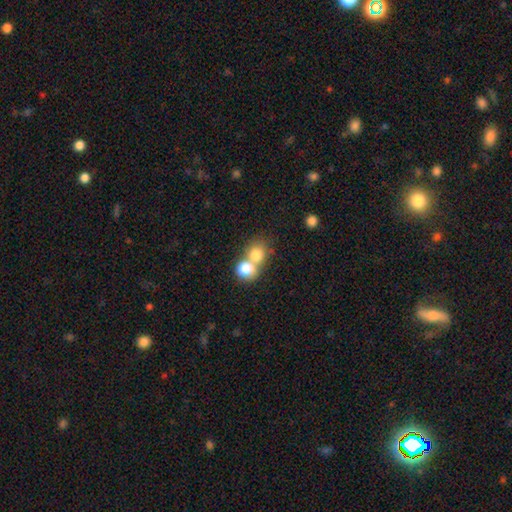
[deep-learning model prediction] Smooth or featured? smooth (77%)
How rounded? round (74%)
Merging? merger (67%)